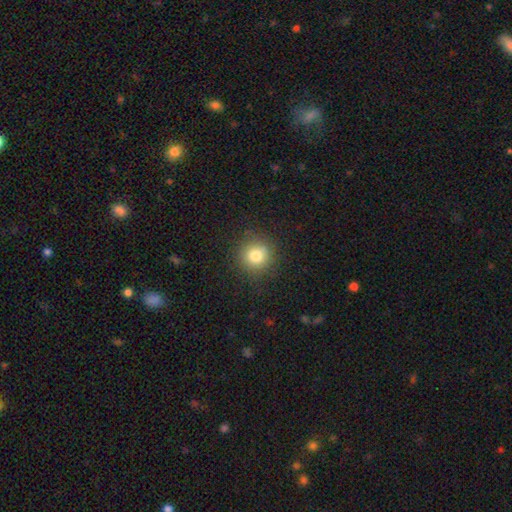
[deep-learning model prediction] This appears to be a smooth galaxy with no disk features (79%) that is round (92%). Merging: none (85%).